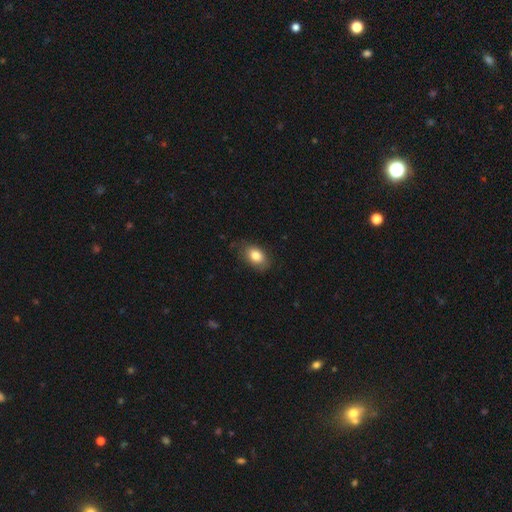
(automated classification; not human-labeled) The model was most divided on "merging": none: 76%, minor disturbance: 19%, major disturbance: 4%, merger: 1%. More confident: how rounded — in between (86%); smooth or featured — smooth (82%).